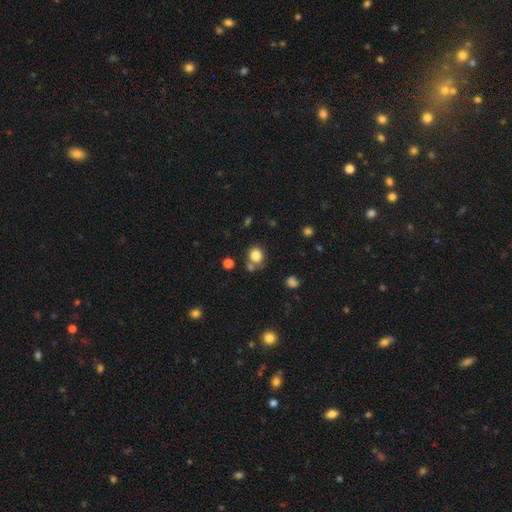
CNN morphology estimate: Overall: smooth (83%). How rounded: round (72%). Merging: none (65%).